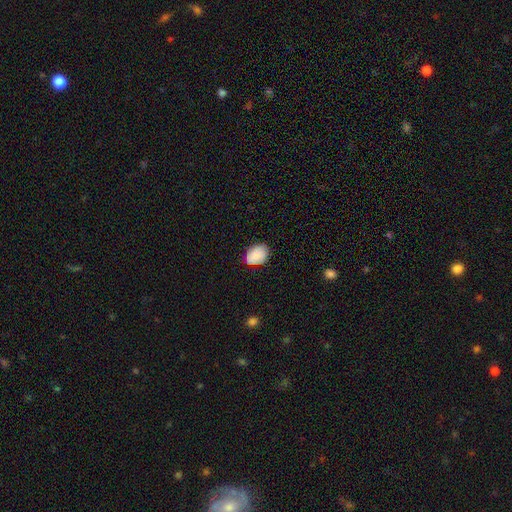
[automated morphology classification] smooth_or_featured: smooth (p=0.80) [alt: featured or disk p=0.12]
how_rounded: in between (p=0.75) [alt: round p=0.24]
merging: none (p=0.70) [alt: minor disturbance p=0.24]